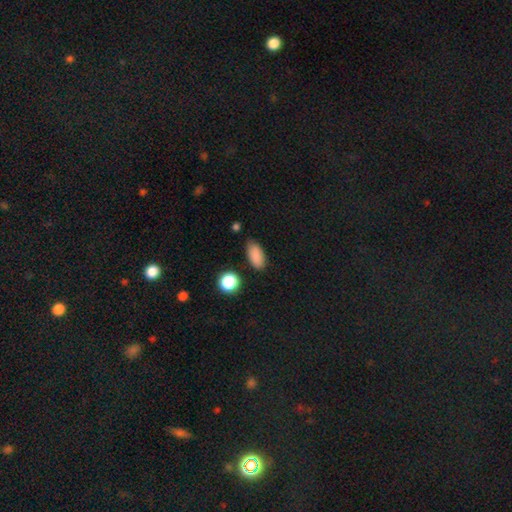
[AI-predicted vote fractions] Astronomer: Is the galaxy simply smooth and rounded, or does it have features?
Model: smooth — 87%.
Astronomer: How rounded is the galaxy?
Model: in between — 90%.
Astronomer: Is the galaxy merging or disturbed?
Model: none — 81%.